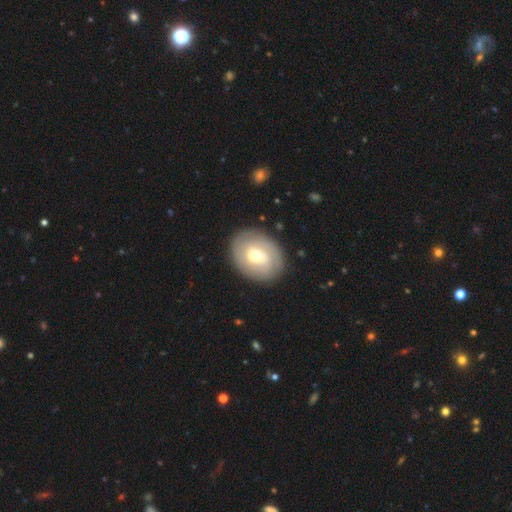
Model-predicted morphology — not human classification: Smooth or featured: featured or disk — 53% (smooth — 41%)
Edge-on disk: no — 95% (yes — 5%)
Bar: no — 47% (weak — 43%)
Spiral arms: yes — 61% (no — 39%)
Bulge size: moderate — 69% (small — 19%)
Merging: none — 83% (minor disturbance — 12%)